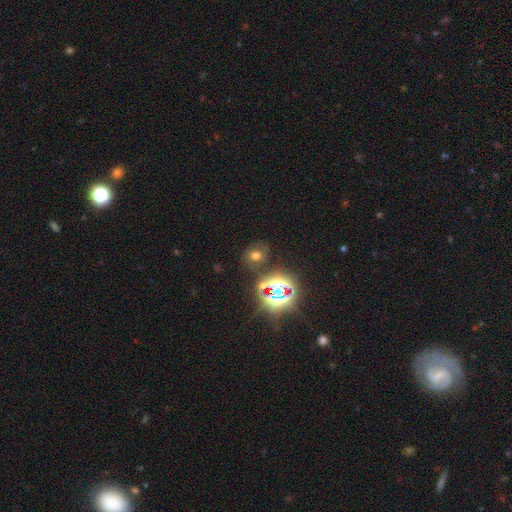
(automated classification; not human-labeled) Smooth or featured? Predicted: smooth (p=0.44). Merging? Predicted: none (p=0.68).